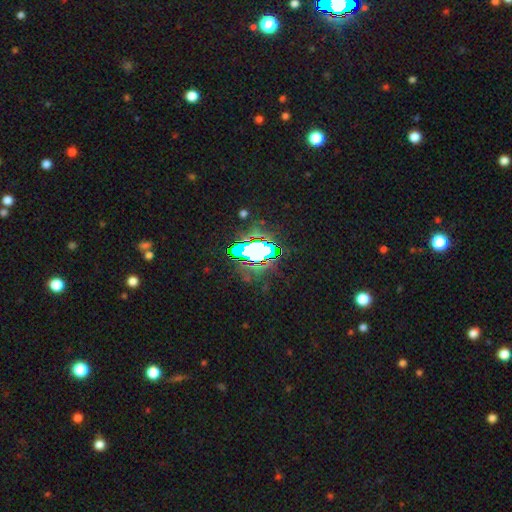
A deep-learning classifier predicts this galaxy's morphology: Q: Smooth or featured?
A: star or artifact (61%); runner-up: smooth (22%)